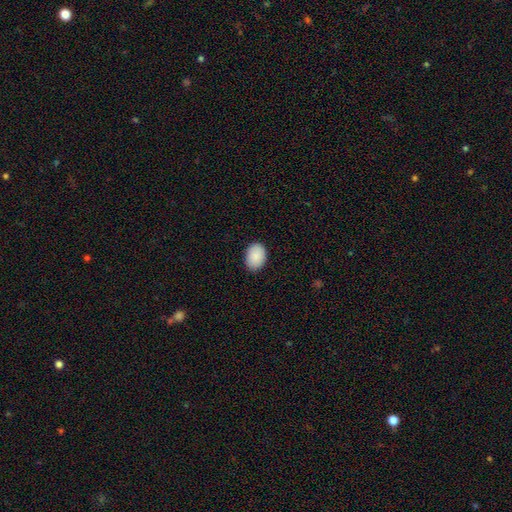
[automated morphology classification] A smooth galaxy with no disk features (90%) that is in between round and cigar-shaped (79%). Merging: none (87%).